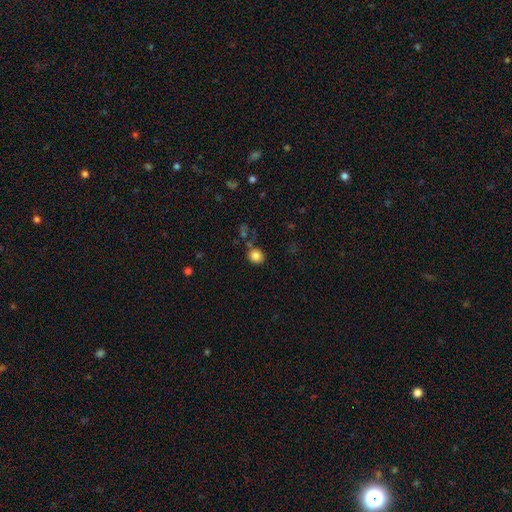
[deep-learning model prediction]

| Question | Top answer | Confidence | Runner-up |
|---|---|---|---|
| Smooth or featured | smooth | 84% | star or artifact (11%) |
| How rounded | round | 83% | in between (16%) |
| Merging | none | 77% | minor disturbance (13%) |